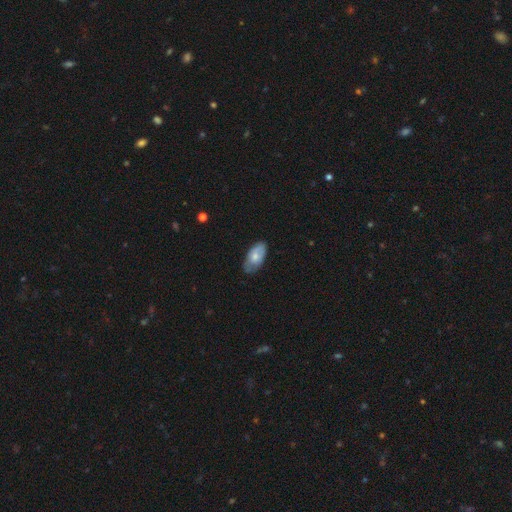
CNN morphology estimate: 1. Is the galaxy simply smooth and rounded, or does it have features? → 61% smooth, 33% featured or disk, 6% star or artifact.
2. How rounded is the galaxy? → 93% in between, 4% round, 3% cigar-shaped.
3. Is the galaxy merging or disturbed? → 64% none, 28% minor disturbance, 6% major disturbance, 1% merger.